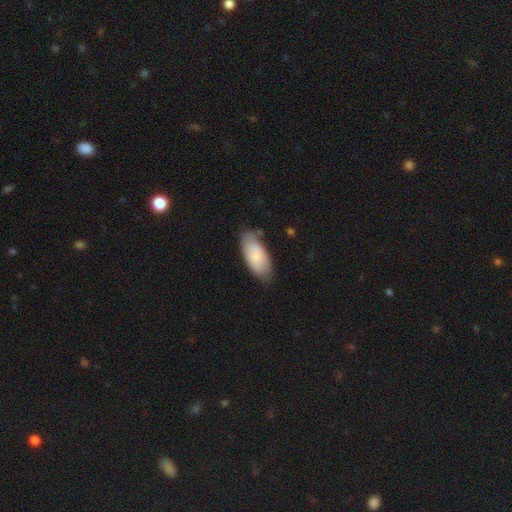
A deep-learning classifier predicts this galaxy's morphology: smooth 78%, featured or disk 16%, star or artifact 6%. Down the decision tree: how rounded — in between (90%); merging — none (69%).